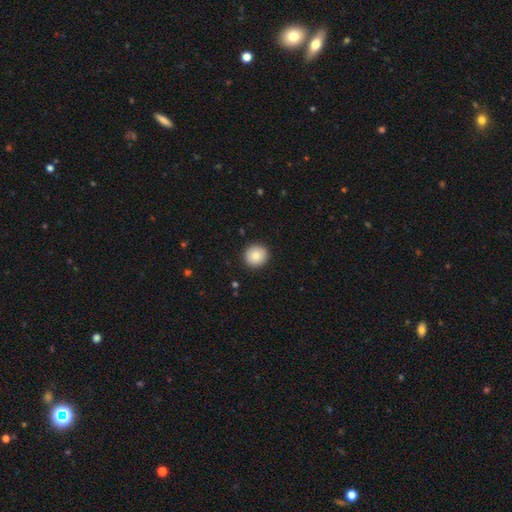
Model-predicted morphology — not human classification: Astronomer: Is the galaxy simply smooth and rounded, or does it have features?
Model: smooth — 83%.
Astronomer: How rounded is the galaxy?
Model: round — 92%.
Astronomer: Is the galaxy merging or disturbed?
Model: none — 91%.